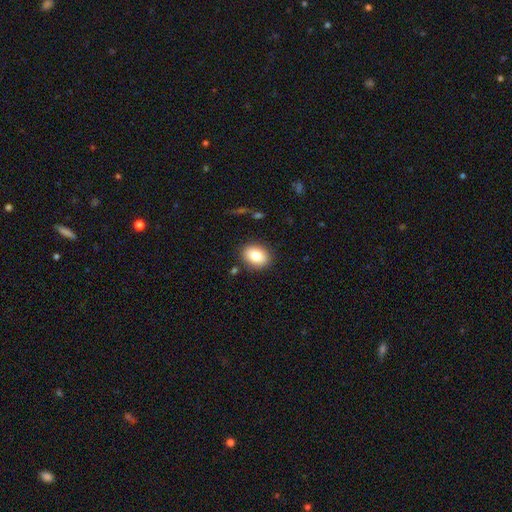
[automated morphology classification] smooth_or_featured: smooth (p=0.81) [alt: featured or disk p=0.10]
how_rounded: in between (p=0.62) [alt: round p=0.36]
merging: none (p=0.86) [alt: minor disturbance p=0.09]